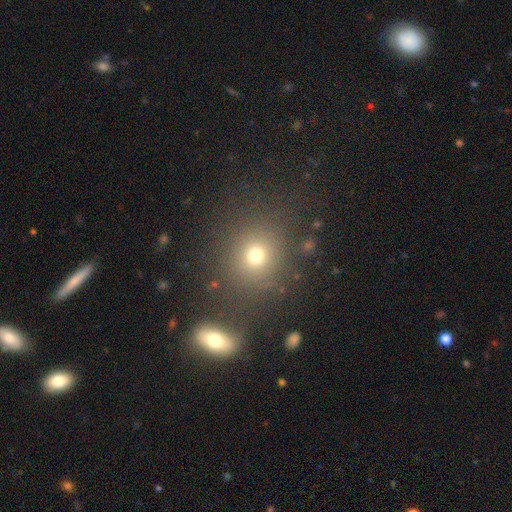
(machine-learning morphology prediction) type=smooth (73%); roundness=round (84%); merging=none (81%).